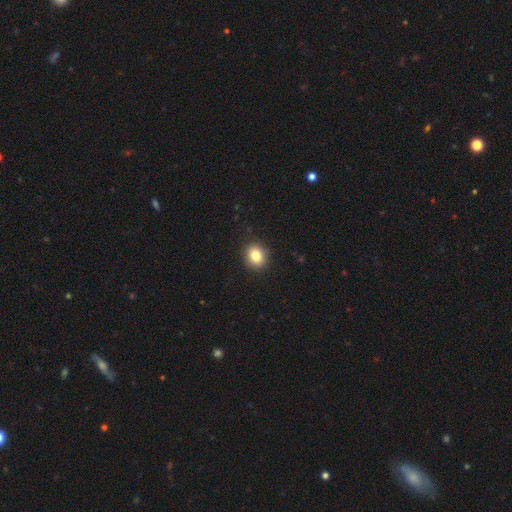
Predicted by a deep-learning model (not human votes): This appears to be a smooth galaxy with no disk features (83%) that is round (71%). Merging: none (91%).